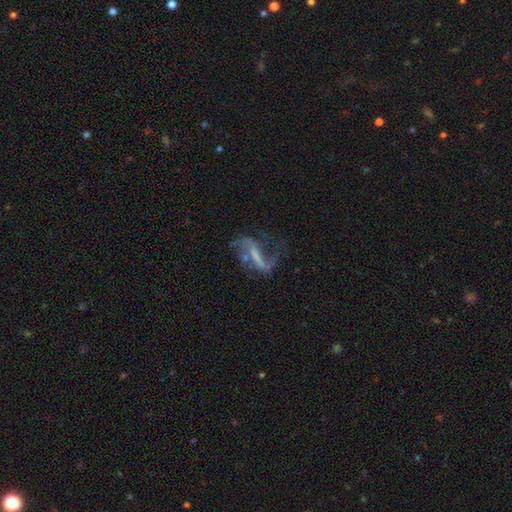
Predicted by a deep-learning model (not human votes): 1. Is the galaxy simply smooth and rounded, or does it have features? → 73% featured or disk, 17% smooth, 10% star or artifact.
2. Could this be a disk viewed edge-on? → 90% no, 10% yes.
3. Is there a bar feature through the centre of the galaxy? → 50% strong, 30% weak, 20% no.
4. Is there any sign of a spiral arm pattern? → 76% yes, 24% no.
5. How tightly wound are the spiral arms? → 75% loose, 19% medium, 6% tight.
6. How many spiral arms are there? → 71% 2, 17% 1, 8% can't tell, 2% 3, 1% 4, 1% more than 4.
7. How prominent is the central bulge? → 51% none, 28% small, 16% moderate, 4% large, 2% dominant.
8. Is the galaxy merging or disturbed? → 40% none, 35% major disturbance, 18% minor disturbance, 7% merger.